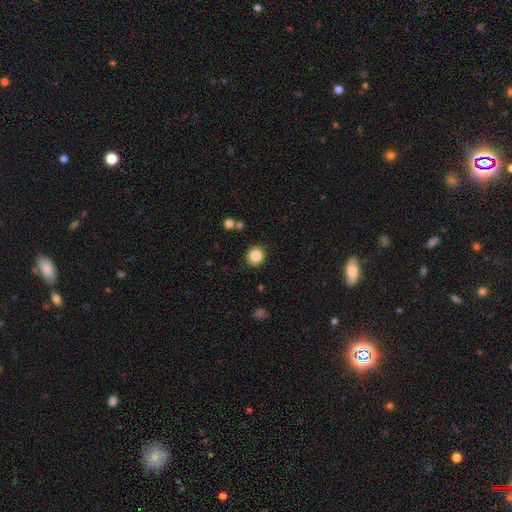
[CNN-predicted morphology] This appears to be a smooth galaxy with no disk features (85%) that is round (84%). Merging: none (89%).